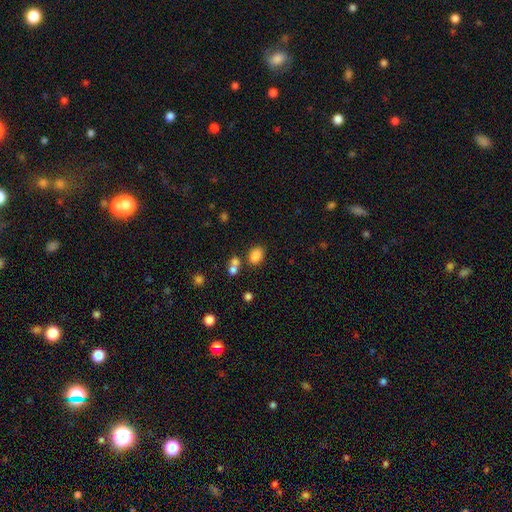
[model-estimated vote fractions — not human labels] The model was most divided on "how rounded": in between: 72%, round: 26%, cigar-shaped: 1%. More confident: smooth or featured — smooth (83%); merging — none (68%).